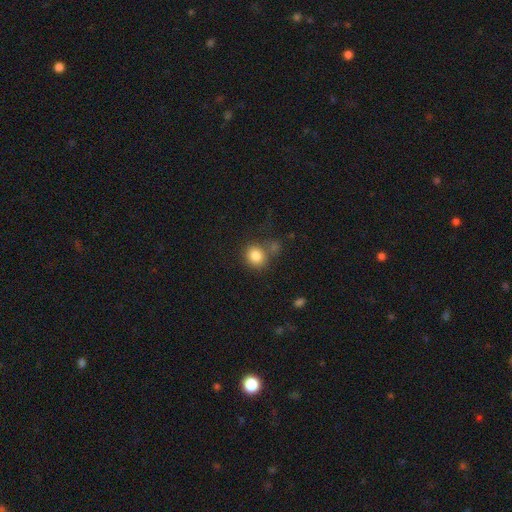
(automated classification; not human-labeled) Smooth or featured?
  - smooth: 84% *
  - star or artifact: 10%
  - featured or disk: 6%
How rounded?
  - round: 83% *
  - in between: 16%
  - cigar-shaped: 1%
Merging?
  - none: 66% *
  - merger: 16%
  - minor disturbance: 13%
  - major disturbance: 5%